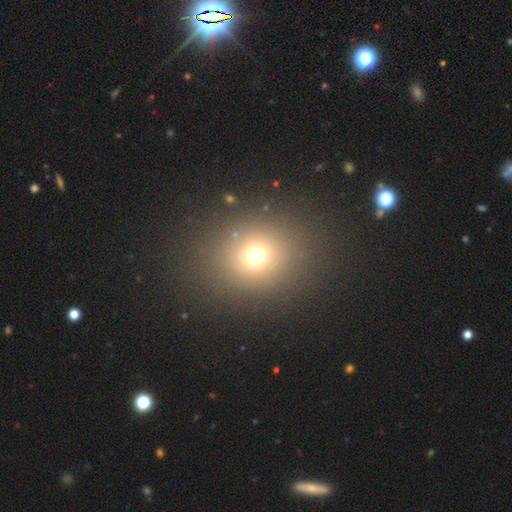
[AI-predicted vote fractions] smooth 68%, star or artifact 22%, featured or disk 10%. Down the decision tree: how rounded — round (73%); merging — none (84%).